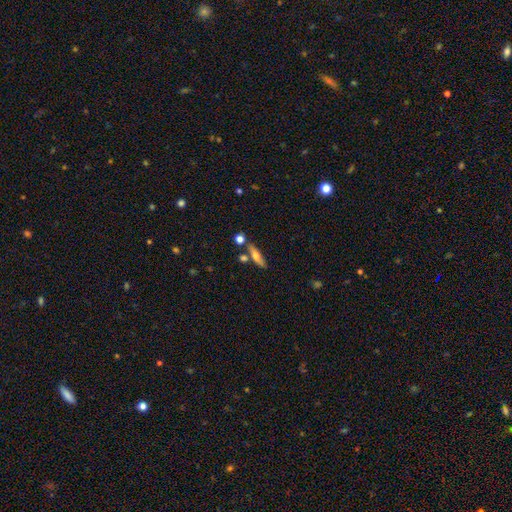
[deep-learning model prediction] smooth-or-featured: smooth: 54% | featured or disk: 38% | star or artifact: 8%
  how-rounded: cigar-shaped: 66% | in between: 30% | round: 4%
  merging: none: 69% | merger: 14% | minor disturbance: 13% | major disturbance: 4%